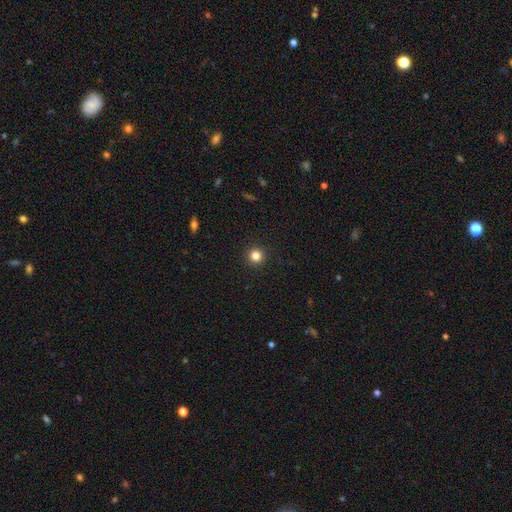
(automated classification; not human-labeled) Q: Smooth or featured?
A: smooth (83%); runner-up: star or artifact (13%)
Q: How rounded?
A: round (96%); runner-up: in between (3%)
Q: Merging?
A: none (93%); runner-up: minor disturbance (4%)